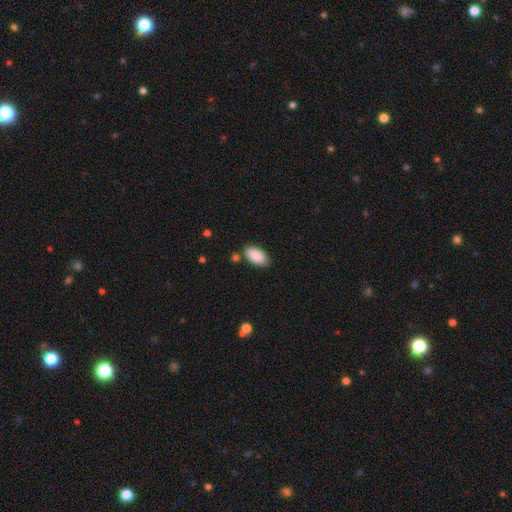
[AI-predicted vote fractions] A smooth galaxy with no disk features (90%) that is in between round and cigar-shaped (95%).

Vote fractions:
- Smooth or featured? smooth: 90% / star or artifact: 6% / featured or disk: 4%
- How rounded? in between: 95% / cigar-shaped: 3% / round: 2%
- Merging? none: 80% / minor disturbance: 12% / merger: 5% / major disturbance: 3%